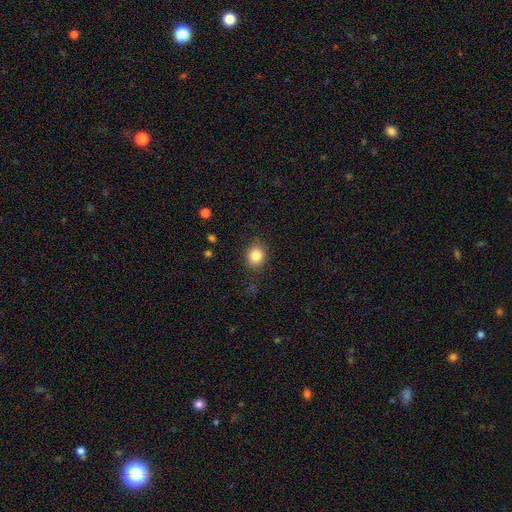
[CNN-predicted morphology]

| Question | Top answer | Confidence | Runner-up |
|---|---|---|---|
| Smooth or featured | smooth | 84% | star or artifact (10%) |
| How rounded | round | 65% | in between (35%) |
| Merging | none | 83% | minor disturbance (12%) |